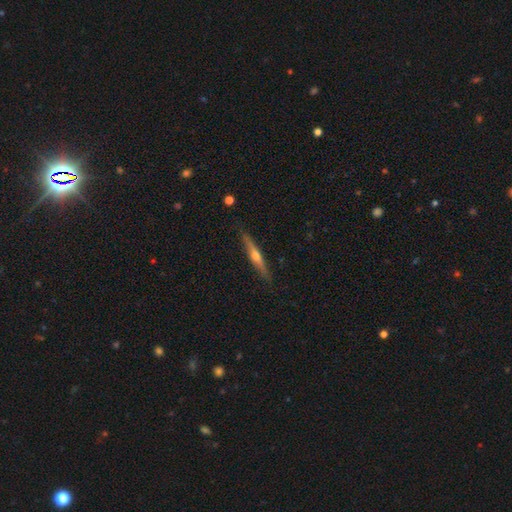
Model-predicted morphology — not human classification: Smooth or featured? featured or disk (68%)
Edge-on disk? yes (97%)
Edge-on bulge? rounded (88%)
Merging? none (87%)